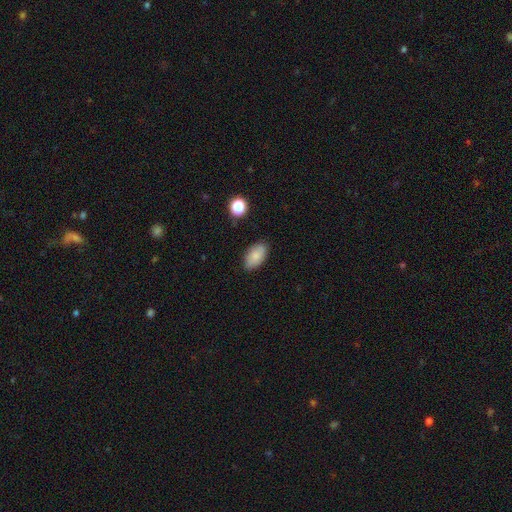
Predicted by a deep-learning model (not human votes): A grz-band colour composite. It shows a smooth galaxy with no disk features (82%) that is in between round and cigar-shaped (93%). Merging: none (84%).